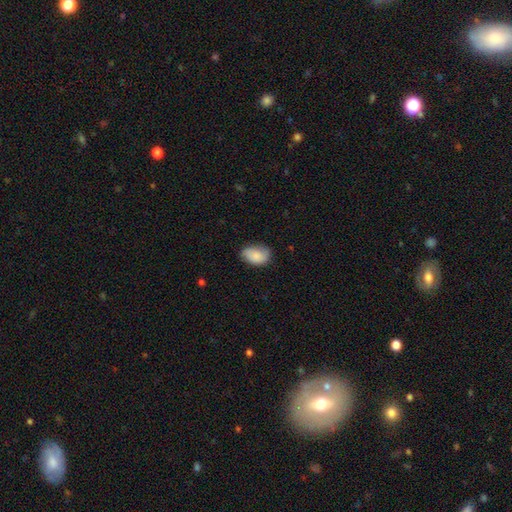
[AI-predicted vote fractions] smooth-or-featured: smooth: 81% | featured or disk: 12% | star or artifact: 7%
  how-rounded: in between: 86% | round: 12% | cigar-shaped: 1%
  merging: none: 64% | minor disturbance: 28% | major disturbance: 6% | merger: 1%